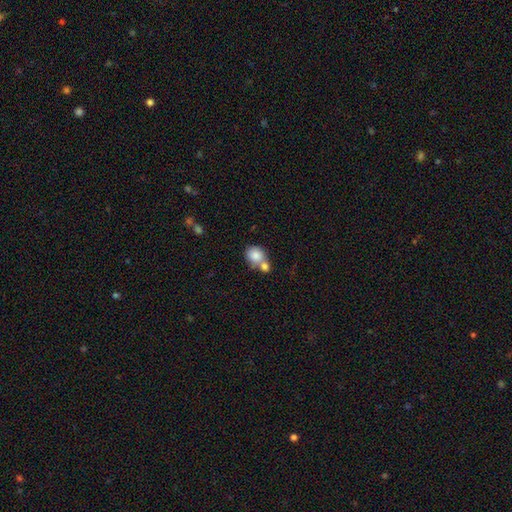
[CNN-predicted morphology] Smooth or featured: smooth — 82% (featured or disk — 9%)
How rounded: round — 70% (in between — 29%)
Merging: merger — 48% (none — 39%)